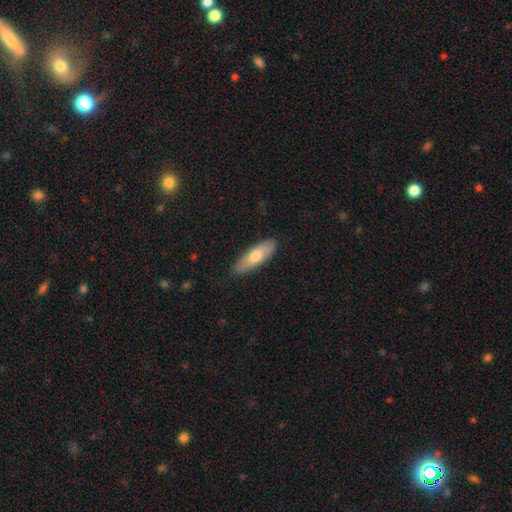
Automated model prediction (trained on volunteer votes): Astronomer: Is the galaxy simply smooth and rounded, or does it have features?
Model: smooth — 70%.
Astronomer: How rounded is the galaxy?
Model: in between — 56% (runner-up: cigar-shaped, 41%).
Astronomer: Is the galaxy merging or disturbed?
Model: none — 86%.